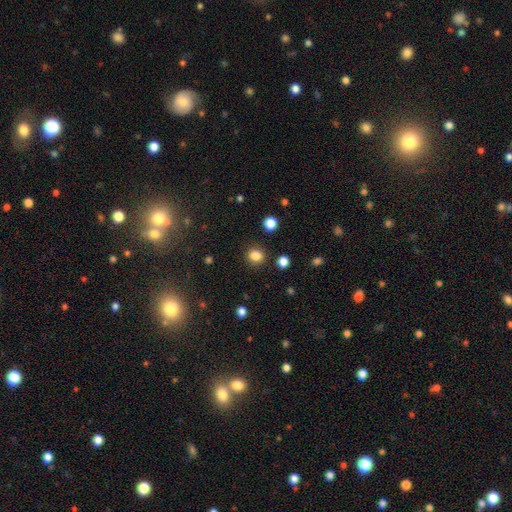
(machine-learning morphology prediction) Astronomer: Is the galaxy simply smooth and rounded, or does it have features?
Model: smooth — 84%.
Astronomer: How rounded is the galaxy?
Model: round — 85%.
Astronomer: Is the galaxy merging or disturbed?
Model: none — 89%.